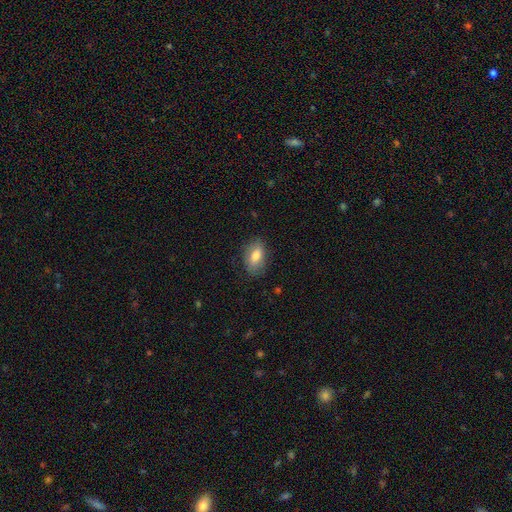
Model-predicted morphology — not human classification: Smooth or featured? smooth (80%)
How rounded? in between (90%)
Merging? none (79%)